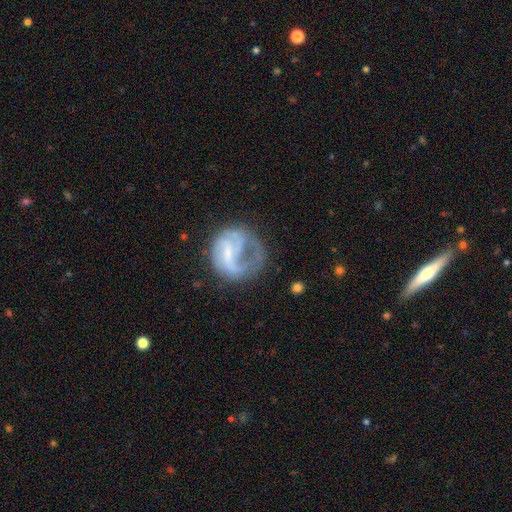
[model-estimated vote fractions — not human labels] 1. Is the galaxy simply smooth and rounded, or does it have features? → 59% featured or disk, 30% smooth, 10% star or artifact.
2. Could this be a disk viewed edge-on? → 96% no, 4% yes.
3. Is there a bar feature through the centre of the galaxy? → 46% no, 35% weak, 19% strong.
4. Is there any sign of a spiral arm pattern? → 62% yes, 38% no.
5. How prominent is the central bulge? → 41% small, 38% none, 16% moderate, 4% large, 2% dominant.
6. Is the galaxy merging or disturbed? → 44% none, 32% major disturbance, 20% minor disturbance, 4% merger.